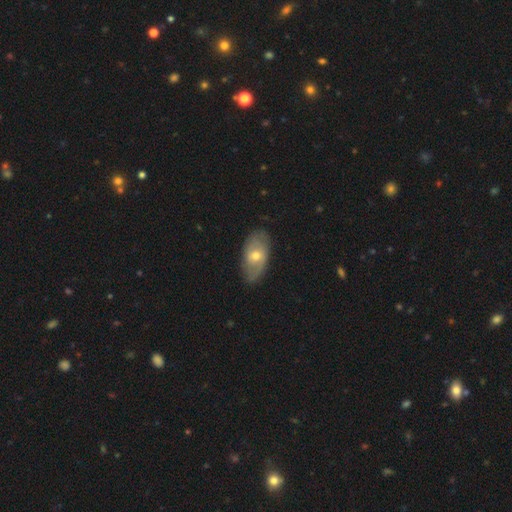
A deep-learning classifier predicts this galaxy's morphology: The model was most divided on "smooth or featured": featured or disk: 52%, smooth: 42%, star or artifact: 7%. More confident: edge-on disk — no (90%); merging — none (76%).